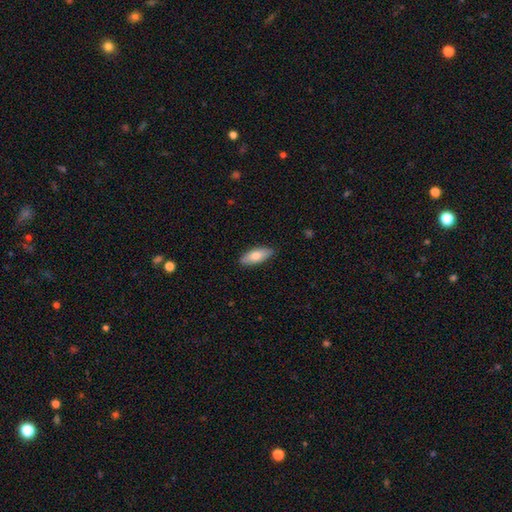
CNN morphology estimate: Smooth or featured? smooth (76%)
How rounded? in between (76%)
Merging? none (88%)